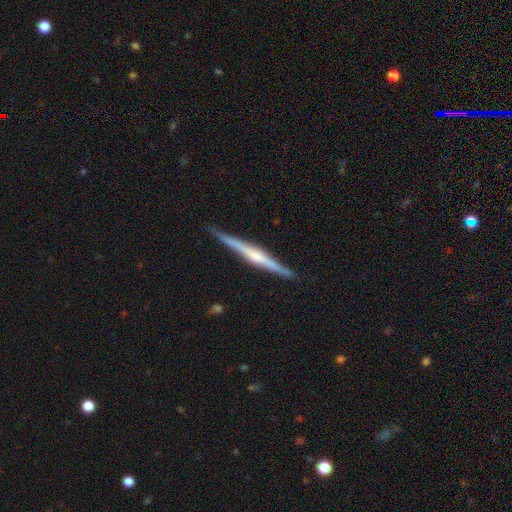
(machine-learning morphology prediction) This appears to be a featured or disk galaxy (76%) viewed edge-on (98%) with a rounded central bulge (56%). Merging: none (89%).